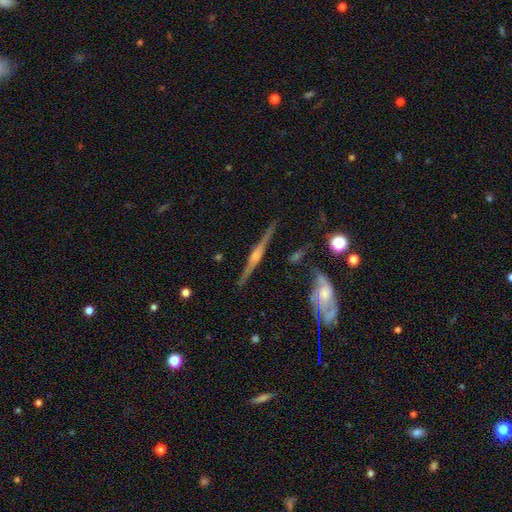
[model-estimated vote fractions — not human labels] Smooth or featured? featured or disk (86%)
Edge-on disk? yes (97%)
Edge-on bulge? rounded (83%)
Merging? none (86%)